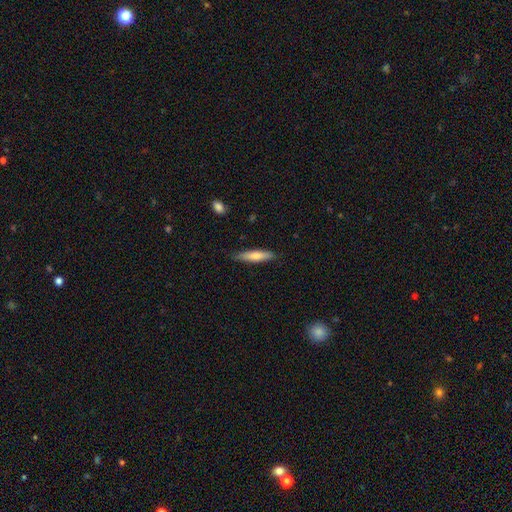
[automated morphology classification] smooth_or_featured: smooth (p=0.72) [alt: featured or disk p=0.22]
how_rounded: cigar-shaped (p=0.82) [alt: in between p=0.16]
merging: none (p=0.84) [alt: minor disturbance p=0.12]